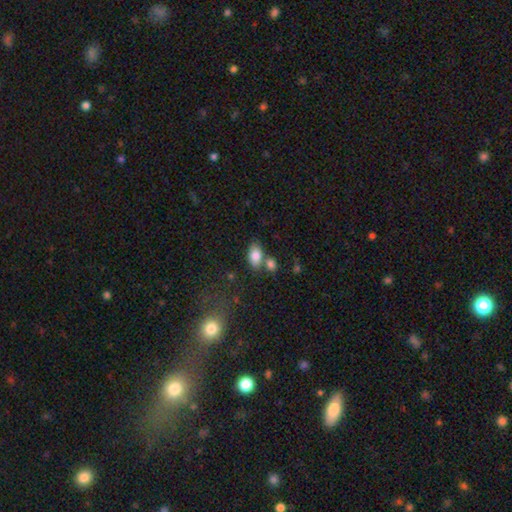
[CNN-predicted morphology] Smooth or featured? Predicted: smooth (p=0.81). How rounded? Predicted: in between (p=0.91). Merging? Predicted: none (p=0.61).